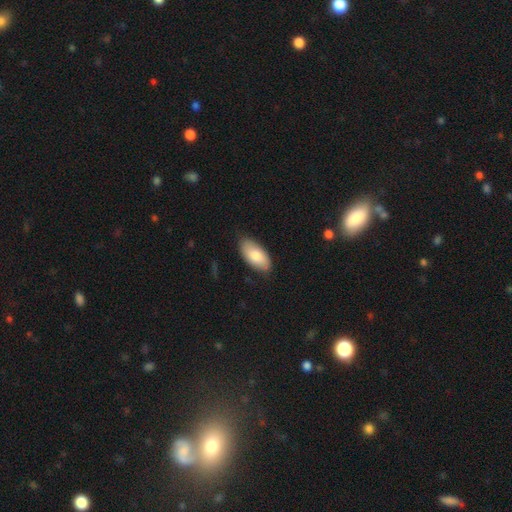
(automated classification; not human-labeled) smooth_or_featured: smooth (p=0.79) [alt: featured or disk p=0.15]
how_rounded: in between (p=0.94) [alt: cigar-shaped p=0.04]
merging: none (p=0.80) [alt: minor disturbance p=0.16]